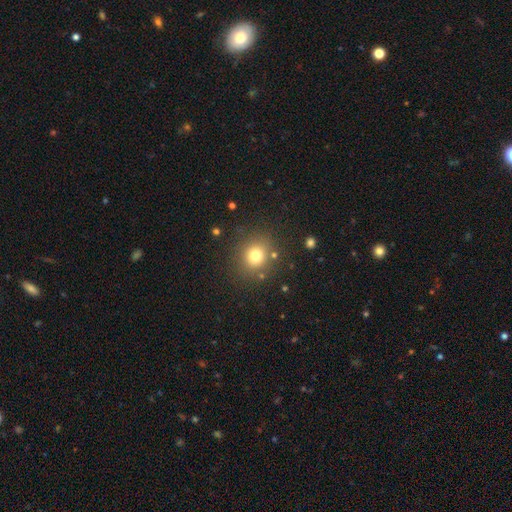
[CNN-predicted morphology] Q: Smooth or featured?
A: smooth (75%); runner-up: star or artifact (15%)
Q: How rounded?
A: round (84%); runner-up: in between (15%)
Q: Merging?
A: none (84%); runner-up: minor disturbance (9%)